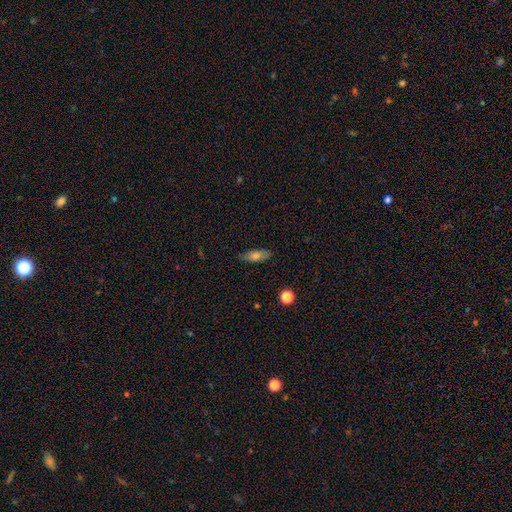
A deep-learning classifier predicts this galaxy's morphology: Smooth or featured?
  - smooth: 69% *
  - featured or disk: 23%
  - star or artifact: 8%
How rounded?
  - in between: 70% *
  - cigar-shaped: 27%
  - round: 4%
Merging?
  - none: 84% *
  - minor disturbance: 12%
  - major disturbance: 2%
  - merger: 1%